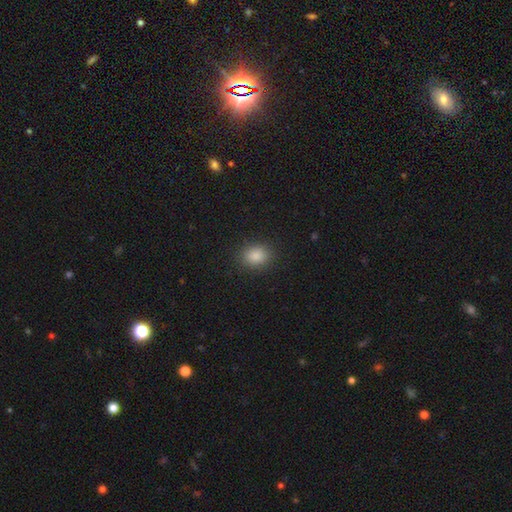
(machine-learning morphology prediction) smooth 87%, star or artifact 10%, featured or disk 4%. Down the decision tree: how rounded — round (50%); merging — none (87%).